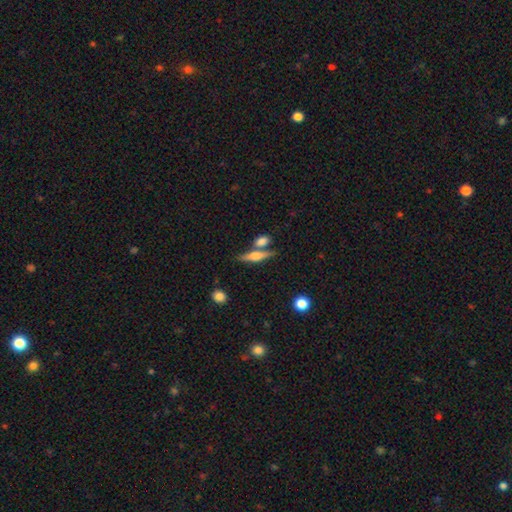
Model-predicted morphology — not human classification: smooth_or_featured: featured or disk (p=0.52) [alt: smooth p=0.40]
disk_edge_on: yes (p=0.94) [alt: no p=0.06]
merging: none (p=0.64) [alt: merger p=0.22]